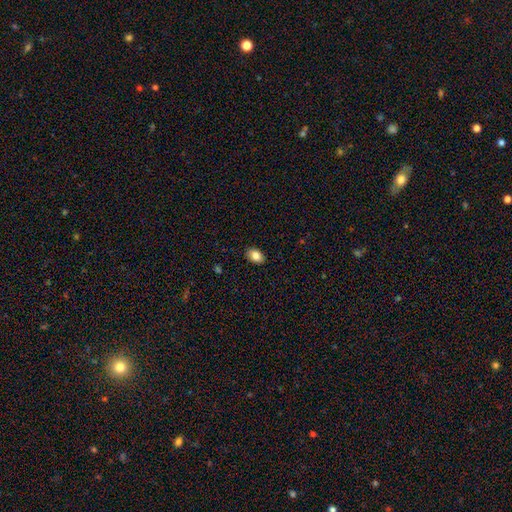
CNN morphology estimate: Smooth or featured? smooth (85%)
How rounded? in between (82%)
Merging? none (88%)